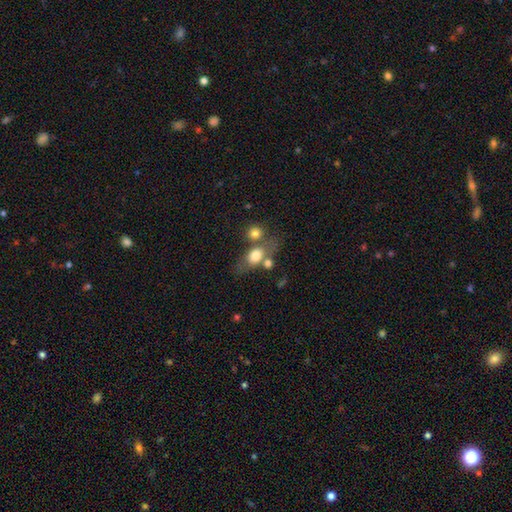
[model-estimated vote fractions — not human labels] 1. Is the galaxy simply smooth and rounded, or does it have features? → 72% smooth, 20% featured or disk, 9% star or artifact.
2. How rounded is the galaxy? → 69% in between, 25% round, 6% cigar-shaped.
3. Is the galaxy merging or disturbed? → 47% none, 31% merger, 14% minor disturbance, 8% major disturbance.